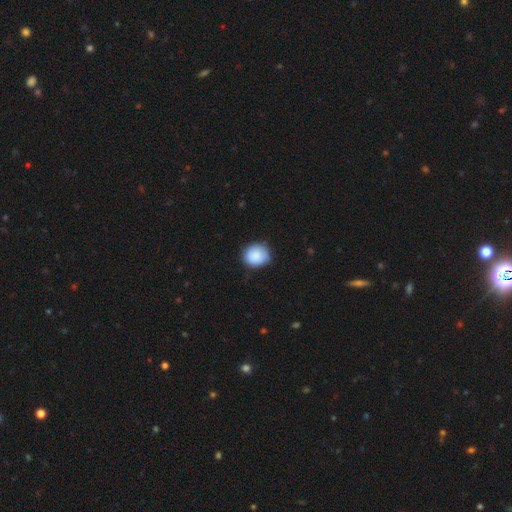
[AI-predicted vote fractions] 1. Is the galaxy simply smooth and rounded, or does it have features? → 89% smooth, 7% star or artifact, 4% featured or disk.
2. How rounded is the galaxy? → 78% round, 21% in between, 1% cigar-shaped.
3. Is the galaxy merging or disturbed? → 79% none, 17% minor disturbance, 3% major disturbance, 1% merger.